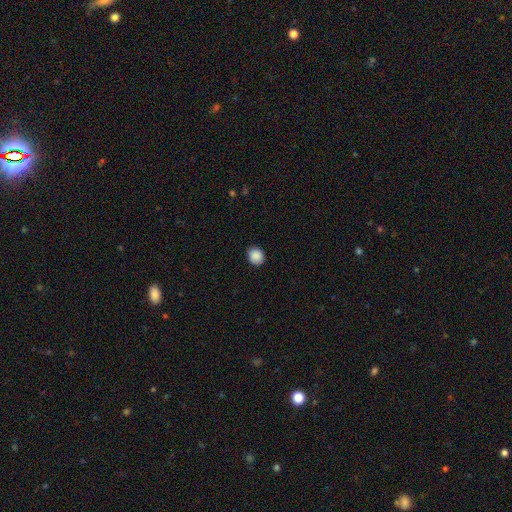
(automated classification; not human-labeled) This is clearly a smooth galaxy (89%). How rounded: likely round (75%). Merging: clearly none (88%).